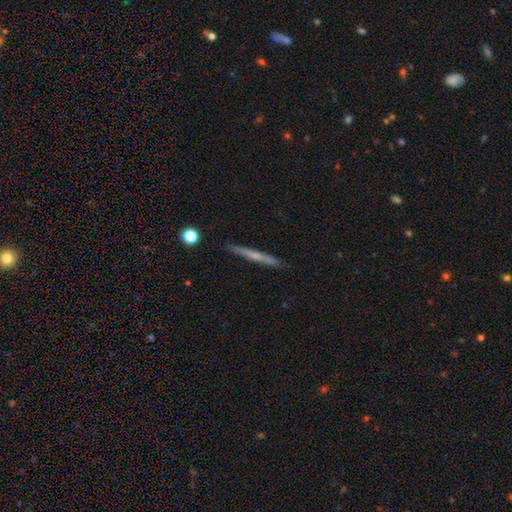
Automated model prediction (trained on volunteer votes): Q: Smooth or featured?
A: featured or disk (50%); runner-up: smooth (44%)
Q: Merging?
A: none (89%); runner-up: minor disturbance (8%)